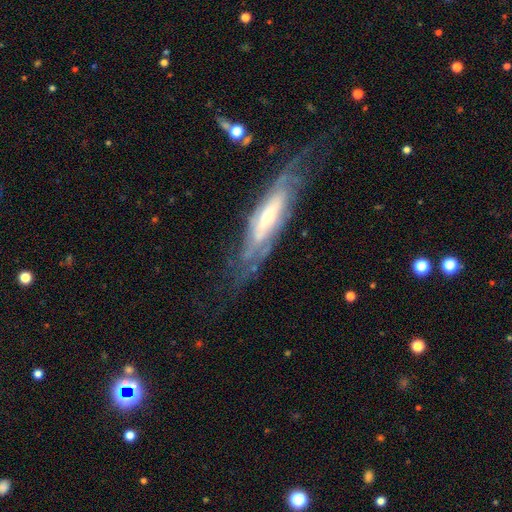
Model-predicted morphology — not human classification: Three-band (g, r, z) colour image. It shows a featured or disk galaxy (77%). Merging: none (71%).